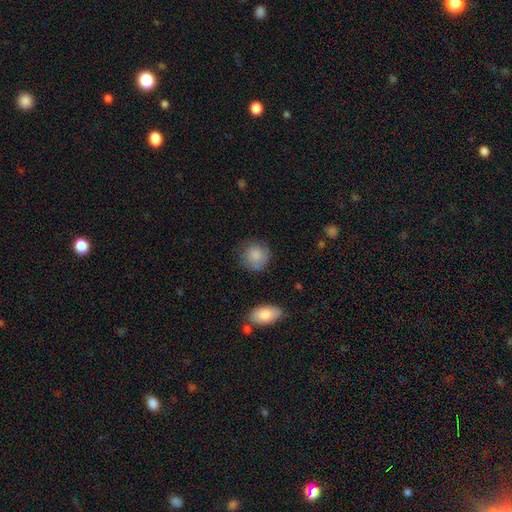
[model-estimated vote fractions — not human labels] smooth 80%, featured or disk 13%, star or artifact 7%. Down the decision tree: how rounded — round (86%); merging — none (73%).